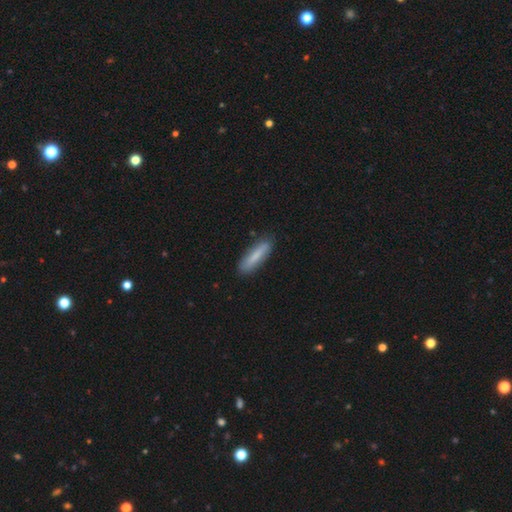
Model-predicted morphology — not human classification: Overall: smooth (78%). How rounded: cigar-shaped (74%). Merging: none (86%).